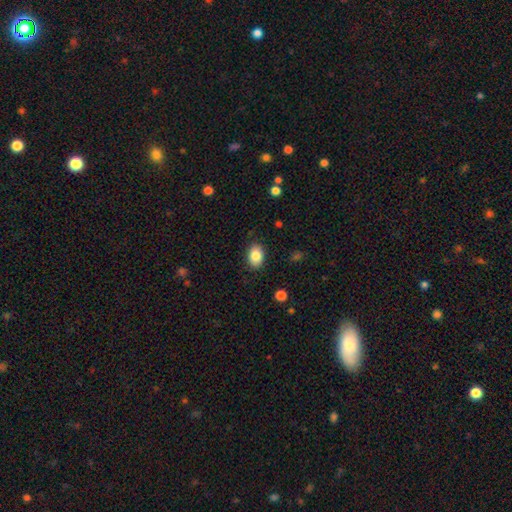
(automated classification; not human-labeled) smooth 86%, star or artifact 8%, featured or disk 7%. Down the decision tree: how rounded — in between (82%); merging — none (86%).